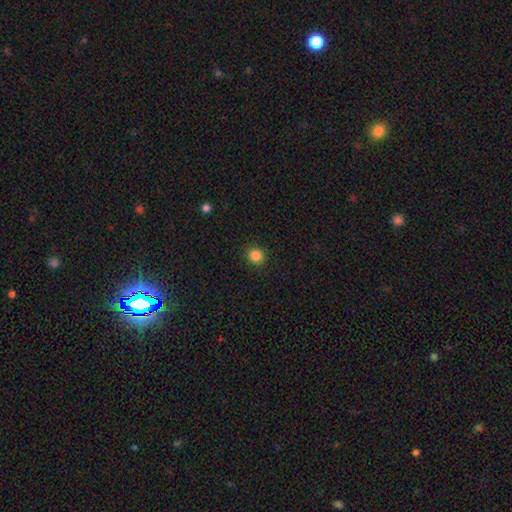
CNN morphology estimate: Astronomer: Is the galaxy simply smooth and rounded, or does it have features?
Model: smooth — 85%.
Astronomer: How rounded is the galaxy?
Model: round — 89%.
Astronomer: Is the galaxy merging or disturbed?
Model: none — 92%.